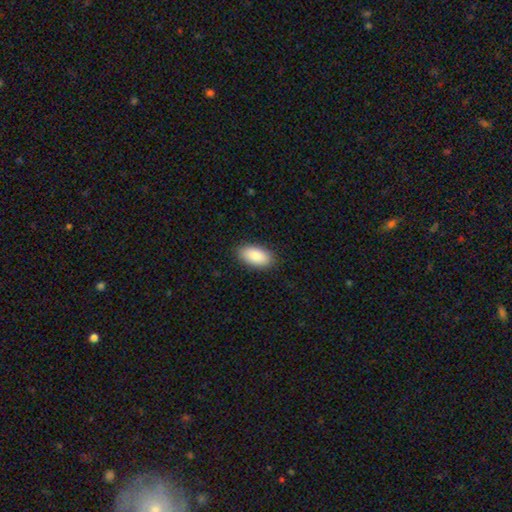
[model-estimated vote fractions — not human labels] Smooth or featured? Predicted: smooth (p=0.89). How rounded? Predicted: in between (p=0.94). Merging? Predicted: none (p=0.88).